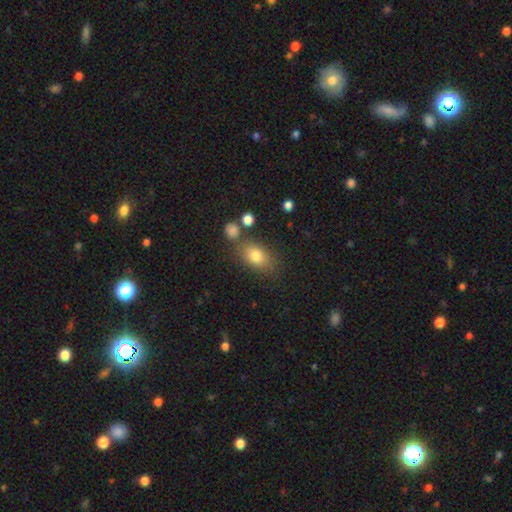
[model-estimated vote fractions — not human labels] Smooth or featured?
  - smooth: 79% *
  - featured or disk: 11%
  - star or artifact: 10%
How rounded?
  - in between: 80% *
  - round: 18%
  - cigar-shaped: 2%
Merging?
  - none: 71% *
  - minor disturbance: 15%
  - merger: 9%
  - major disturbance: 5%